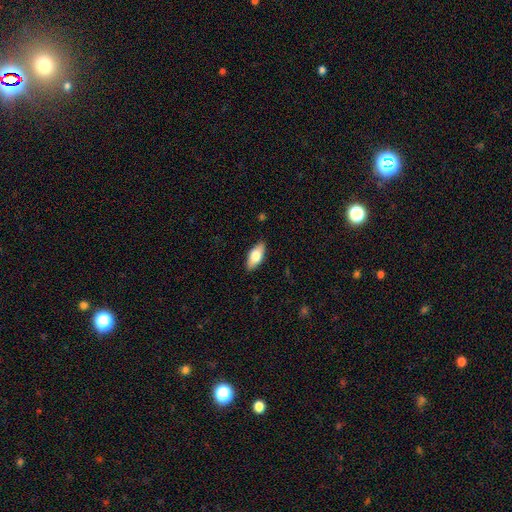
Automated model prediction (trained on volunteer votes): The model was most divided on "smooth or featured": smooth: 72%, featured or disk: 22%, star or artifact: 6%. More confident: merging — none (87%); how rounded — in between (84%).